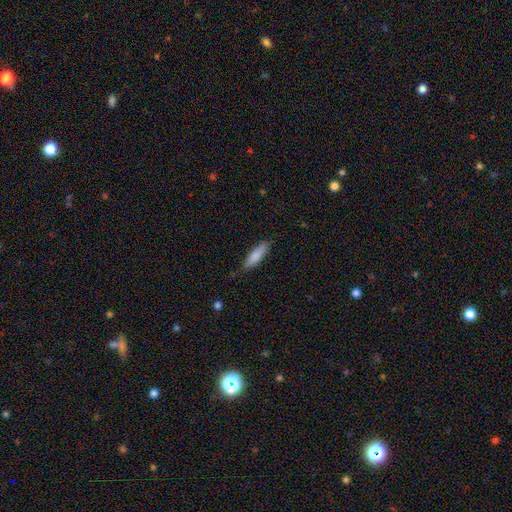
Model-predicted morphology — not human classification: Smooth or featured? smooth (83%)
How rounded? cigar-shaped (65%)
Merging? none (80%)